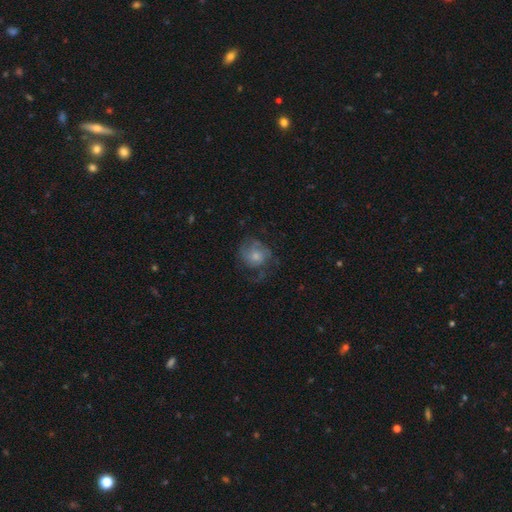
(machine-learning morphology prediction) The model was most divided on "bulge size": small: 46%, moderate: 39%, large: 7%, none: 7%, dominant: 2%. More confident: edge-on disk — no (98%); bar — no (80%); spiral arms — yes (80%); smooth or featured — featured or disk (55%); merging — none (52%).